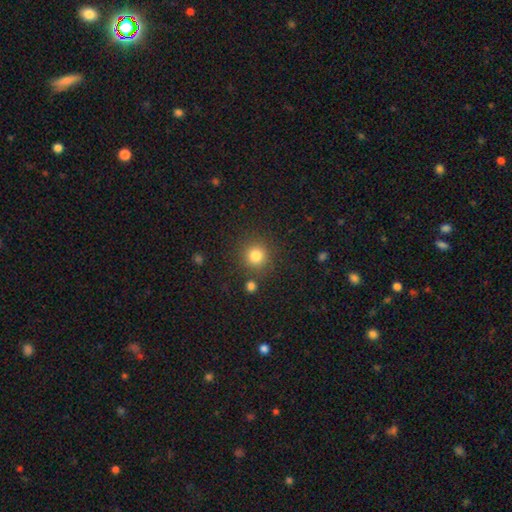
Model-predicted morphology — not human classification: A smooth galaxy with no disk features (82%) that is round (93%). Merging: none (85%).